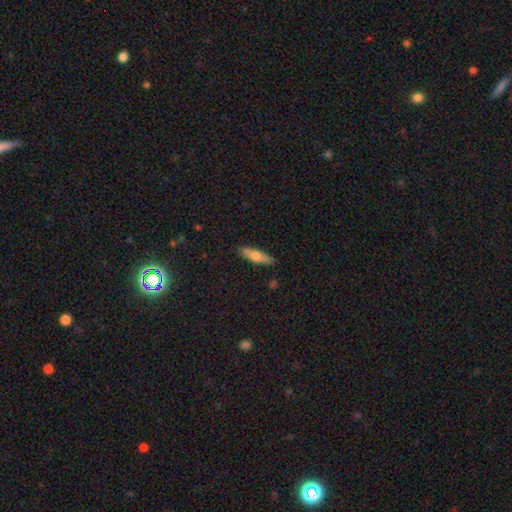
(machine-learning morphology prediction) The model was most divided on "how rounded": cigar-shaped: 57%, in between: 41%, round: 2%. More confident: merging — none (87%); smooth or featured — smooth (67%).